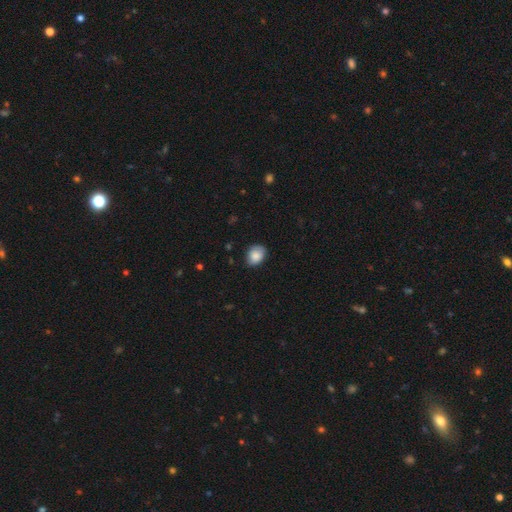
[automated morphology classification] Smooth or featured? smooth (86%)
How rounded? in between (61%)
Merging? none (73%)